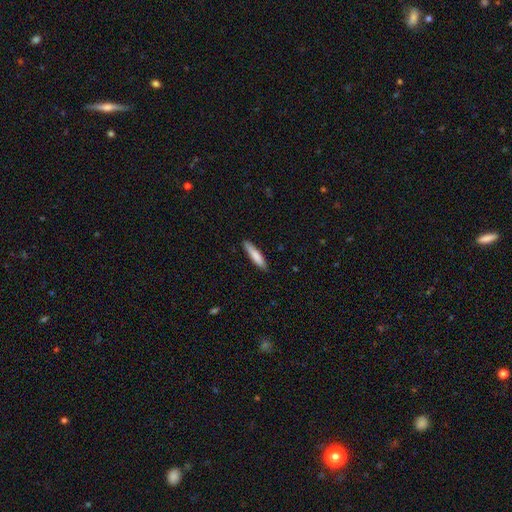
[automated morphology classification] Q: Smooth or featured?
A: smooth (79%); runner-up: featured or disk (16%)
Q: How rounded?
A: cigar-shaped (85%); runner-up: in between (13%)
Q: Merging?
A: none (86%); runner-up: minor disturbance (11%)